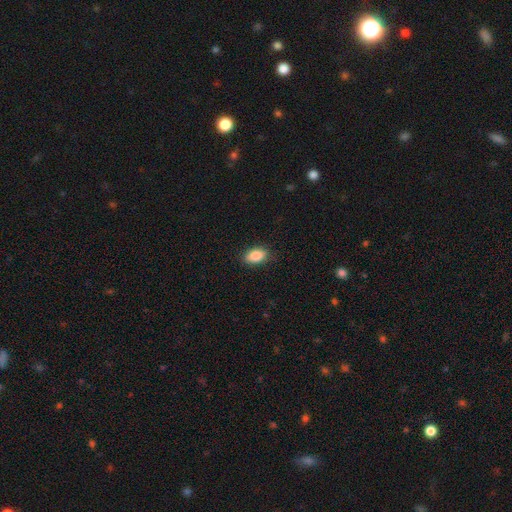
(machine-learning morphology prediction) Overall: smooth (86%). How rounded: in between (89%). Merging: none (87%).